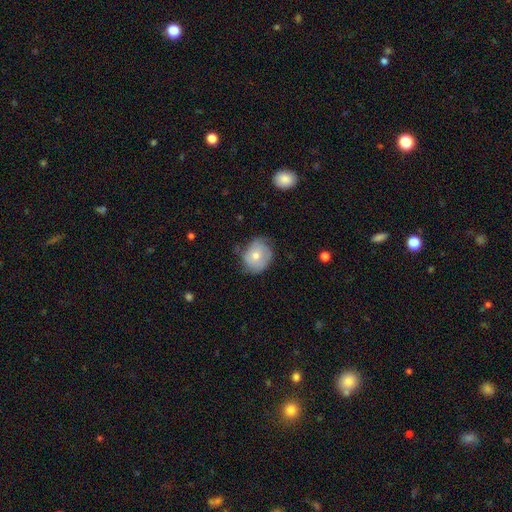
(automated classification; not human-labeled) smooth 61%, featured or disk 31%, star or artifact 8%. Down the decision tree: how rounded — round (63%); merging — none (60%).